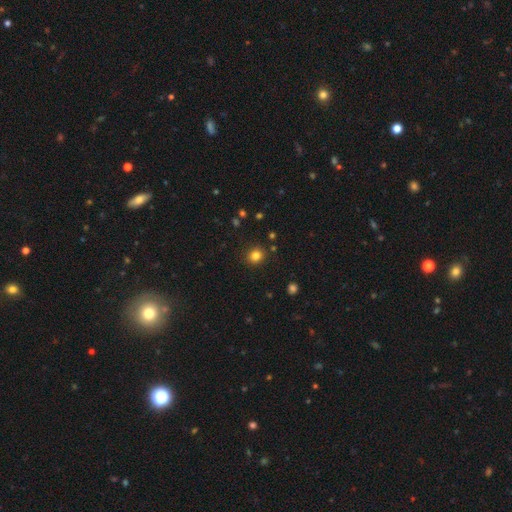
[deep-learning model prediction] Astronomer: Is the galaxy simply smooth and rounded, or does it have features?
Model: smooth — 82%.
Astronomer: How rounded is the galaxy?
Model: round — 81%.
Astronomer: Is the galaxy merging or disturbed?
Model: none — 88%.